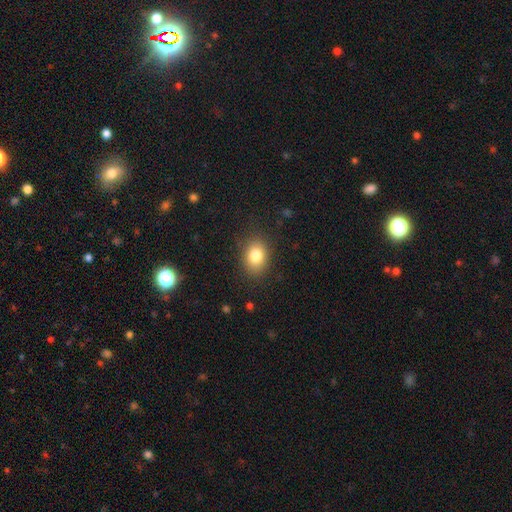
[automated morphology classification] type=smooth (82%); roundness=in between (67%); merging=none (84%).